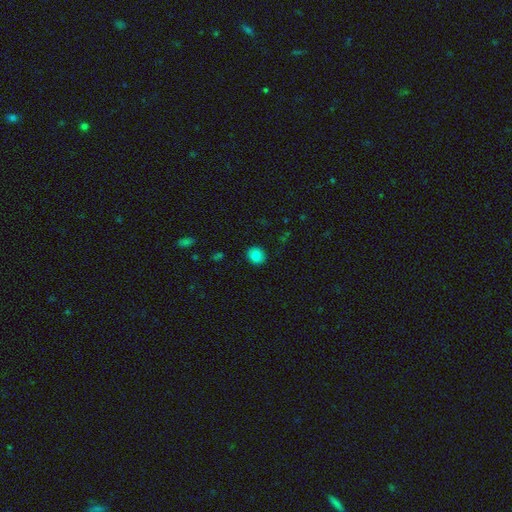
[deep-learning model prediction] smooth_or_featured: smooth (p=0.83) [alt: star or artifact p=0.10]
how_rounded: round (p=0.86) [alt: in between p=0.13]
merging: none (p=0.91) [alt: minor disturbance p=0.06]